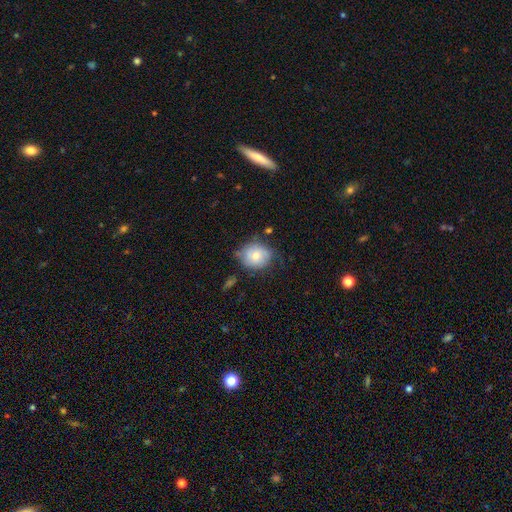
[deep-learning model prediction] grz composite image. It shows a smooth galaxy with no disk features (66%) that is round (67%). Merging: none (60%).